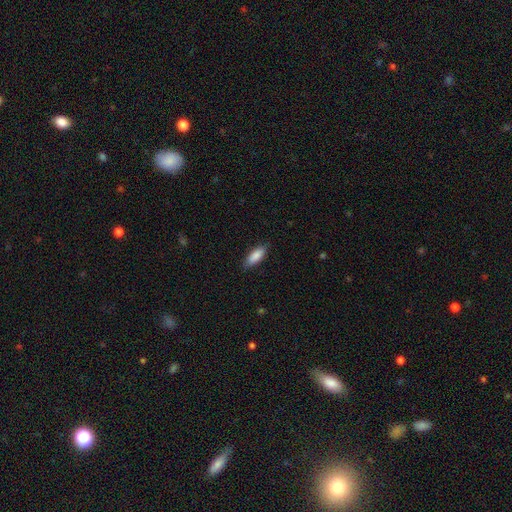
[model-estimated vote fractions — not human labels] Q: Smooth or featured?
A: smooth (87%); runner-up: featured or disk (7%)
Q: How rounded?
A: in between (70%); runner-up: cigar-shaped (28%)
Q: Merging?
A: none (84%); runner-up: minor disturbance (13%)